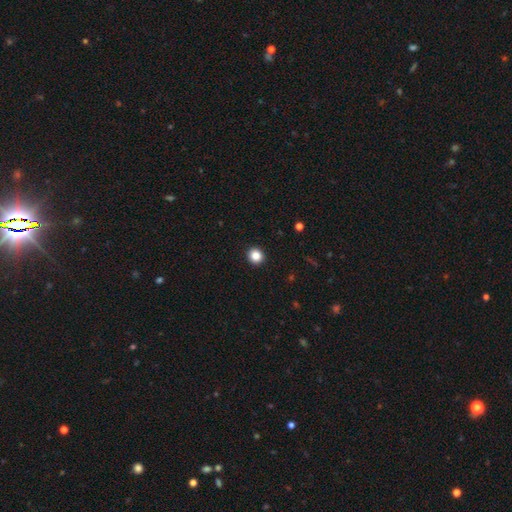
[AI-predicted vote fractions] A smooth galaxy with no disk features (85%) that is round (90%). Merging: none (93%).